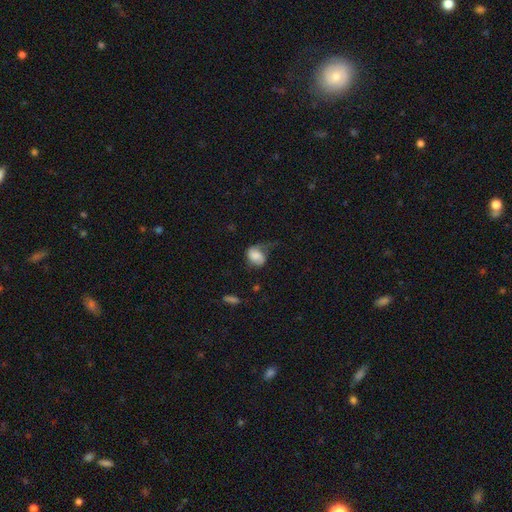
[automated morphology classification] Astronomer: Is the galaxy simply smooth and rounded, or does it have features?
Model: smooth — 59%.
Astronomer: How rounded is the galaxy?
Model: in between — 54% (runner-up: round, 44%).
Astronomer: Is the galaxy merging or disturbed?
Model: major disturbance — 35% (runner-up: none, 32%).